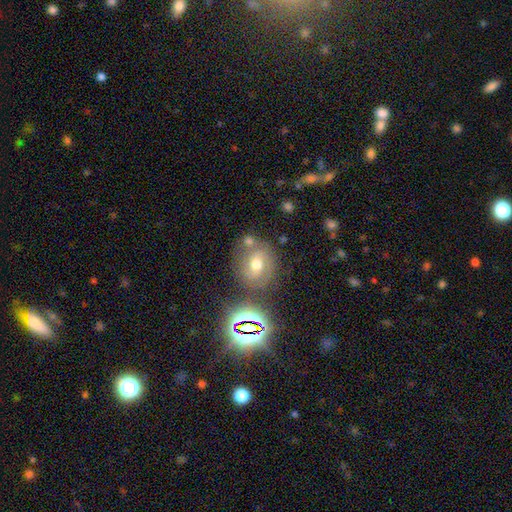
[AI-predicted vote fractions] Smooth or featured? smooth (38%)
Merging? none (66%)